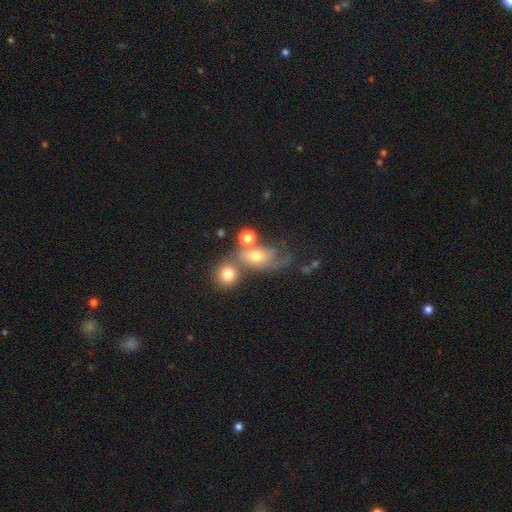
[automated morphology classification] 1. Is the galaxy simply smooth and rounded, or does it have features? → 50% smooth, 36% featured or disk, 14% star or artifact.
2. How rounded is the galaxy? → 60% in between, 36% round, 4% cigar-shaped.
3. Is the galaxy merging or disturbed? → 40% merger, 24% none, 23% major disturbance, 14% minor disturbance.